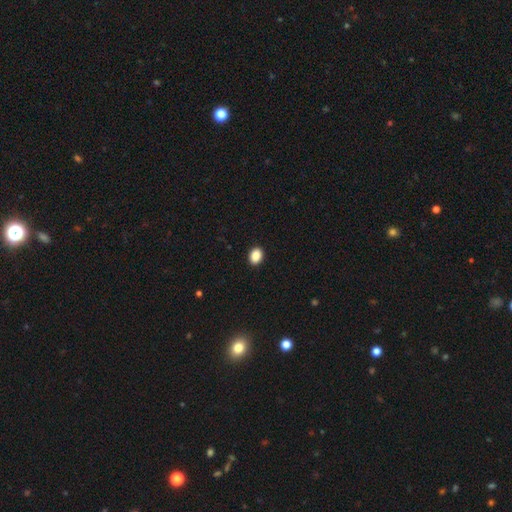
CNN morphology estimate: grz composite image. It shows a smooth galaxy with no disk features (89%) that is in between round and cigar-shaped (62%). Merging: none (92%).